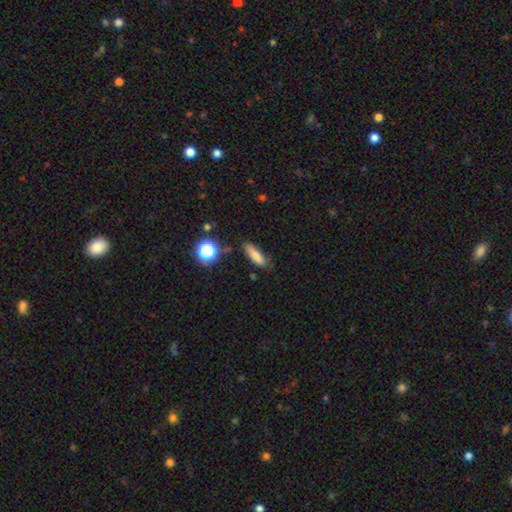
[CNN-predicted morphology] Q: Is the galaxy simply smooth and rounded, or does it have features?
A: smooth — 79%.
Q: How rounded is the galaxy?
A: cigar-shaped — 48%.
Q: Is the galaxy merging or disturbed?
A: none — 71%.